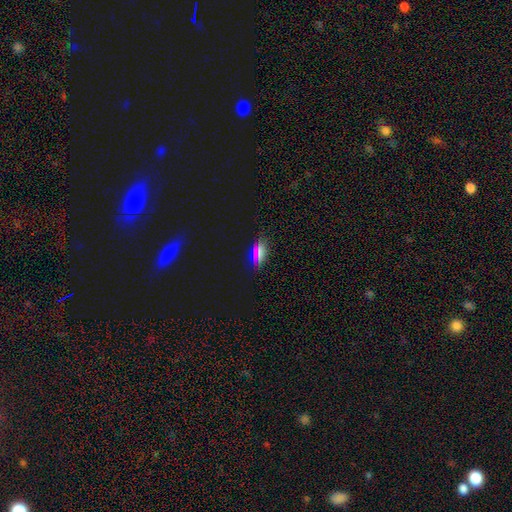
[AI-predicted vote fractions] Smooth or featured? Predicted: smooth (p=0.63). How rounded? Predicted: in between (p=0.79). Merging? Predicted: none (p=0.85).